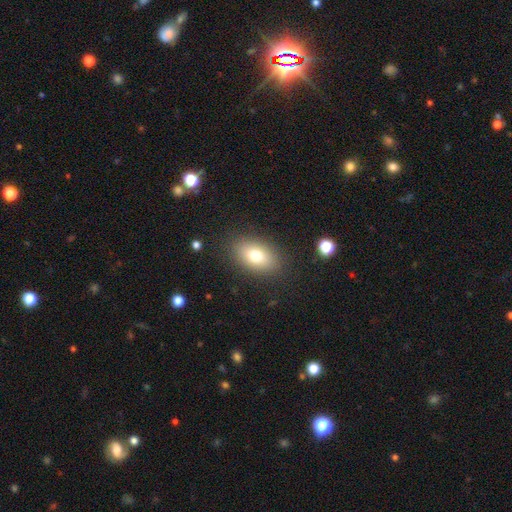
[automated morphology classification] Smooth or featured? Predicted: smooth (p=0.77). How rounded? Predicted: in between (p=0.86). Merging? Predicted: none (p=0.86).